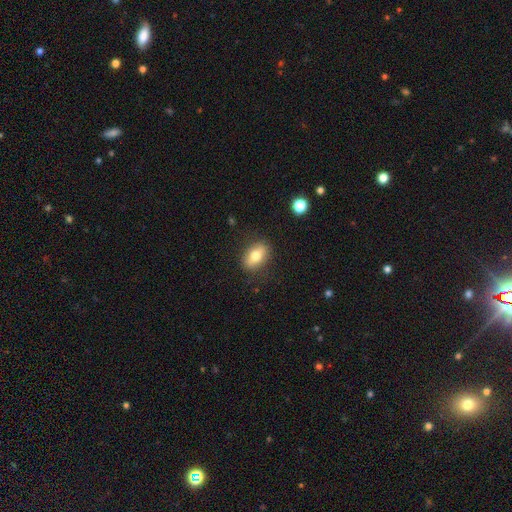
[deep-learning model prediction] Smooth or featured?
  - smooth: 74% *
  - featured or disk: 18%
  - star or artifact: 8%
How rounded?
  - in between: 84% *
  - round: 12%
  - cigar-shaped: 4%
Merging?
  - none: 84% *
  - minor disturbance: 12%
  - major disturbance: 3%
  - merger: 1%